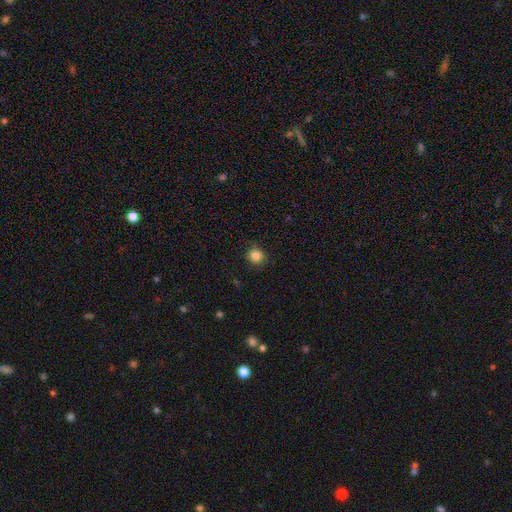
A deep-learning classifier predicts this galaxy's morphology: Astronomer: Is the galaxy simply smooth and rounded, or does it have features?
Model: smooth — 84%.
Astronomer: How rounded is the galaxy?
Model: round — 90%.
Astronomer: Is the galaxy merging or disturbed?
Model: none — 88%.